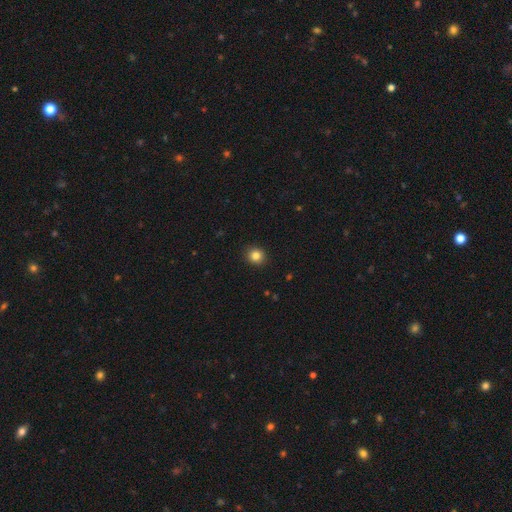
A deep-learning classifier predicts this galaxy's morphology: Overall: smooth (84%). How rounded: round (87%). Merging: none (92%).